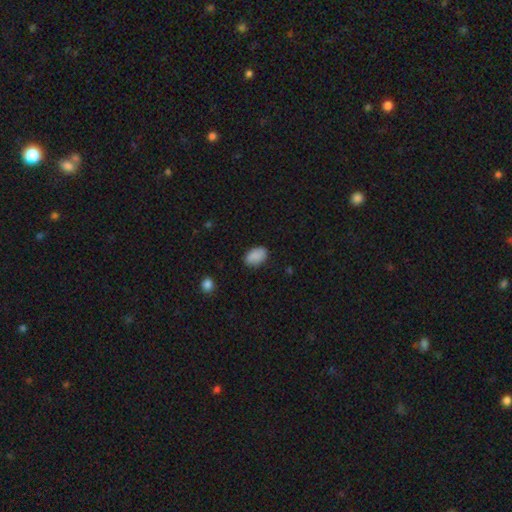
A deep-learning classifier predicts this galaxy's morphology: Smooth or featured: smooth — 89% (star or artifact — 8%)
How rounded: in between — 90% (round — 9%)
Merging: none — 84% (minor disturbance — 12%)